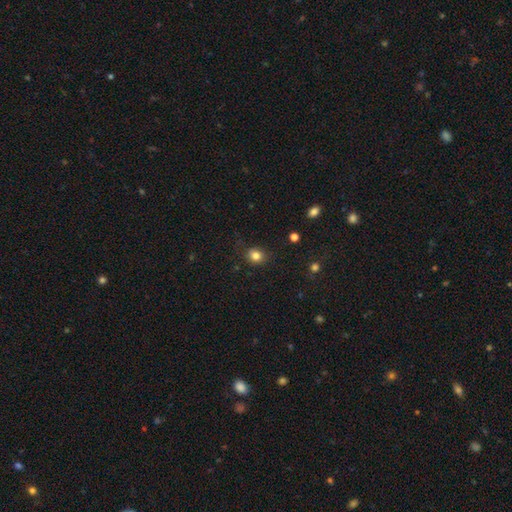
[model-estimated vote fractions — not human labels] Overall: smooth (82%). How rounded: round (69%; in between 30%). Merging: none (81%).